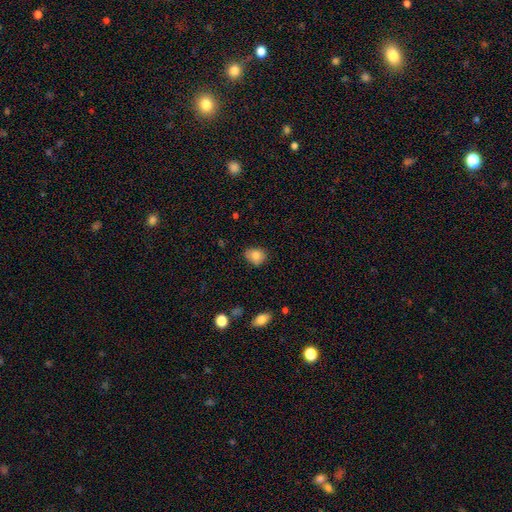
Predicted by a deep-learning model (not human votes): This is clearly a smooth galaxy (83%). How rounded: possibly in between (49%, tied with round). Merging: likely none (70%).